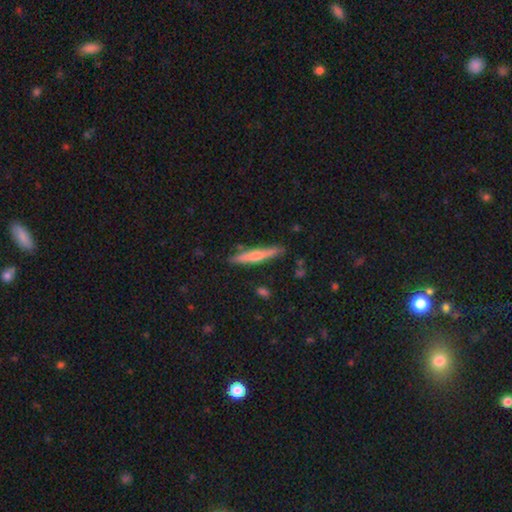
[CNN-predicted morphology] type=featured or disk (56%); edge-on=yes (95%); edge-on bulge=rounded (84%); merging=none (86%).